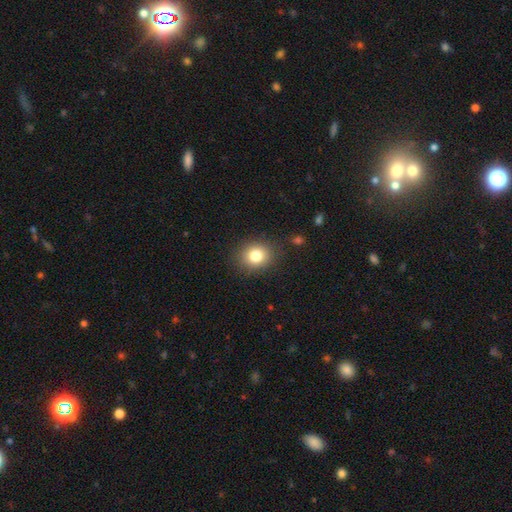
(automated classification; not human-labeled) Smooth or featured? Predicted: smooth (p=0.81). How rounded? Predicted: round (p=0.69). Merging? Predicted: none (p=0.86).